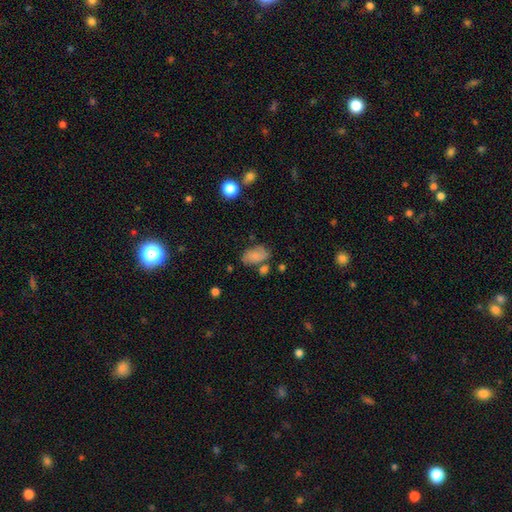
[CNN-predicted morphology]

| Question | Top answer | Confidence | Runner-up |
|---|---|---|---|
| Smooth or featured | smooth | 73% | featured or disk (17%) |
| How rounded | in between | 90% | round (8%) |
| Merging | none | 54% | minor disturbance (24%) |